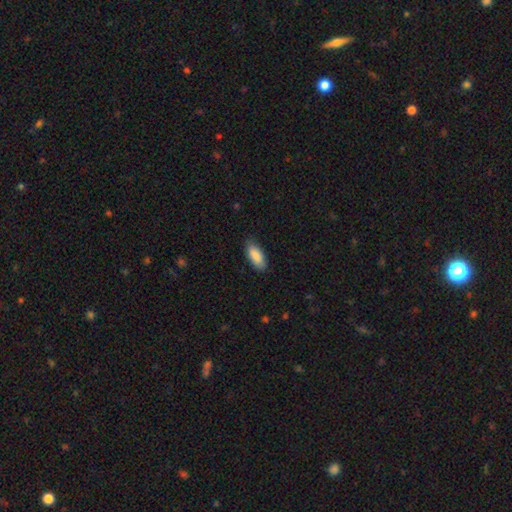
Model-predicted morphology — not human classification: Smooth or featured? Predicted: smooth (p=0.89). How rounded? Predicted: in between (p=0.83). Merging? Predicted: none (p=0.84).